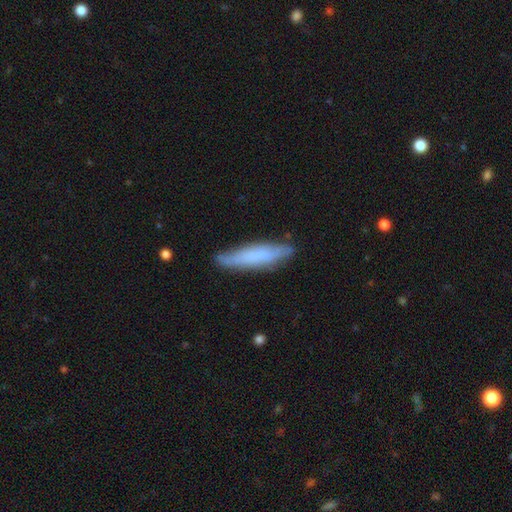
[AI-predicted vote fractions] Smooth or featured? Predicted: smooth (p=0.64). How rounded? Predicted: cigar-shaped (p=0.79). Merging? Predicted: none (p=0.77).